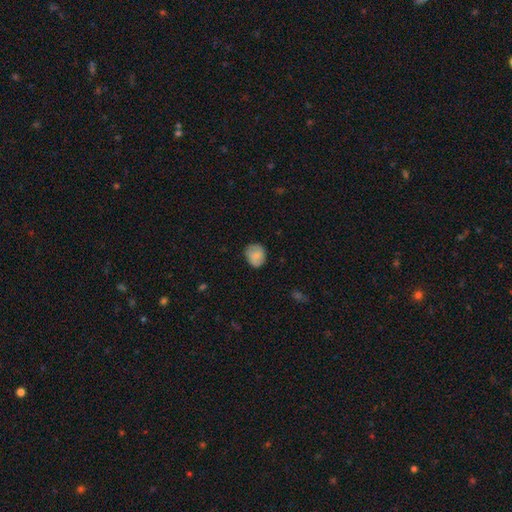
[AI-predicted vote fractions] Overall: smooth (79%). How rounded: round (66%; in between 33%). Merging: none (75%).